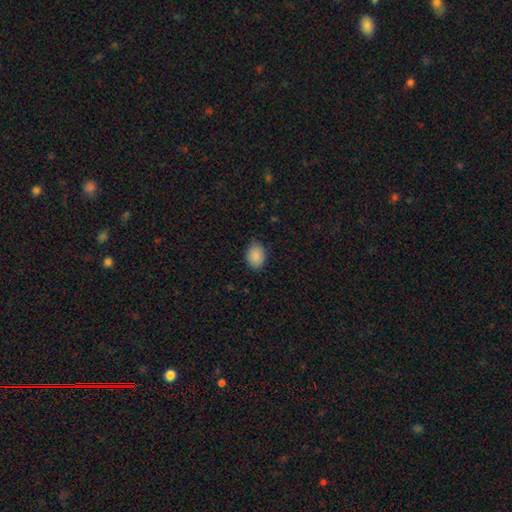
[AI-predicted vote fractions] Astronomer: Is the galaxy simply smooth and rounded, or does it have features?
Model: smooth — 89%.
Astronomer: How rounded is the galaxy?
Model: in between — 62% (runner-up: round, 37%).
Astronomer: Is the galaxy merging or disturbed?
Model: none — 75%.